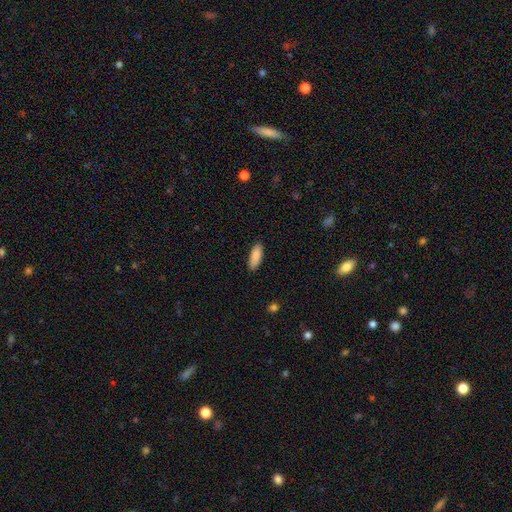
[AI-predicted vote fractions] Overall: smooth (88%). How rounded: in between (66%; cigar-shaped 32%). Merging: none (86%).